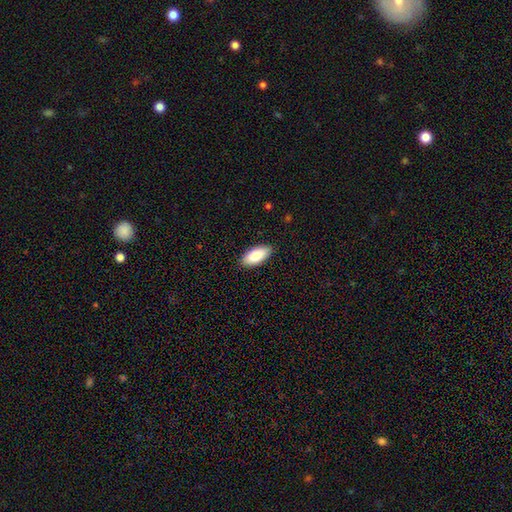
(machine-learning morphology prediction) Smooth or featured?
  - smooth: 85% *
  - featured or disk: 9%
  - star or artifact: 6%
How rounded?
  - in between: 89% *
  - cigar-shaped: 9%
  - round: 2%
Merging?
  - none: 89% *
  - minor disturbance: 9%
  - major disturbance: 2%
  - merger: 1%